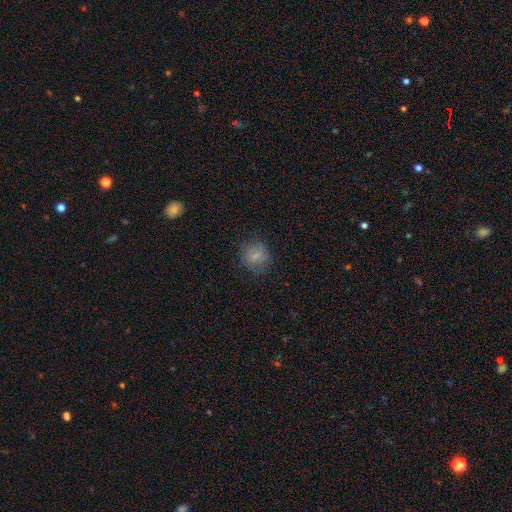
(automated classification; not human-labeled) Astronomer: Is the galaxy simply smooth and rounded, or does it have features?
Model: smooth — 76%.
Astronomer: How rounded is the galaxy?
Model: round — 82%.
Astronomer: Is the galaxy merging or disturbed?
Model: none — 77%.